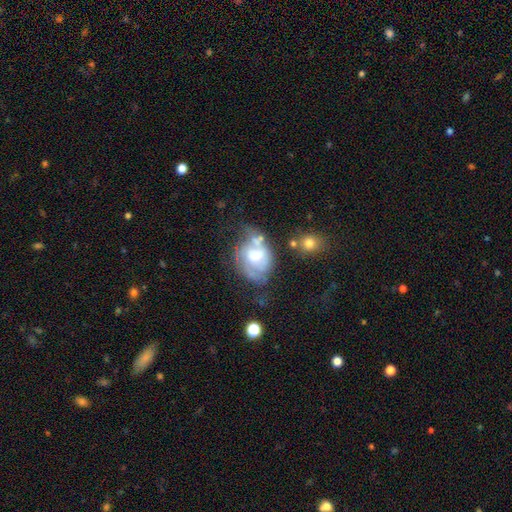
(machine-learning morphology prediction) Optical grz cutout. It shows a featured or disk galaxy (60%) with no bar (53%), spiral arms (60%) and a moderate central bulge (61%). Merging: none (37%).